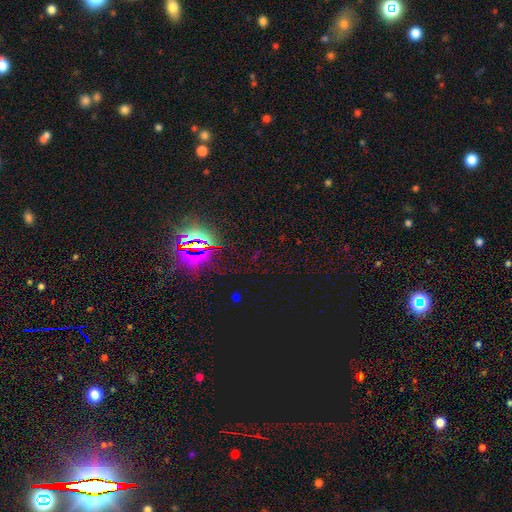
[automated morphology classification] Smooth or featured? Predicted: star or artifact (p=0.79).